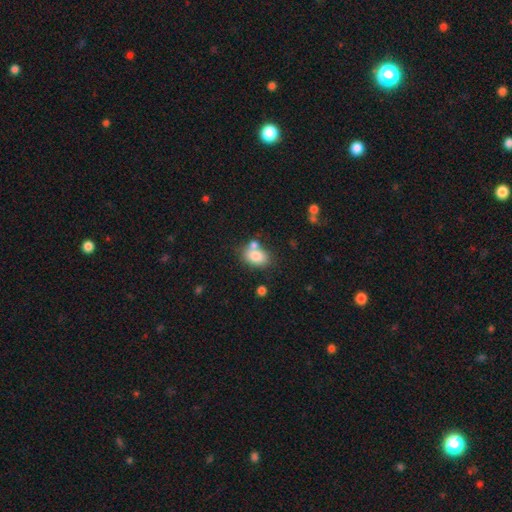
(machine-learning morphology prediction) Overall: smooth (81%). How rounded: in between (83%). Merging: none (55%; merger 26%).